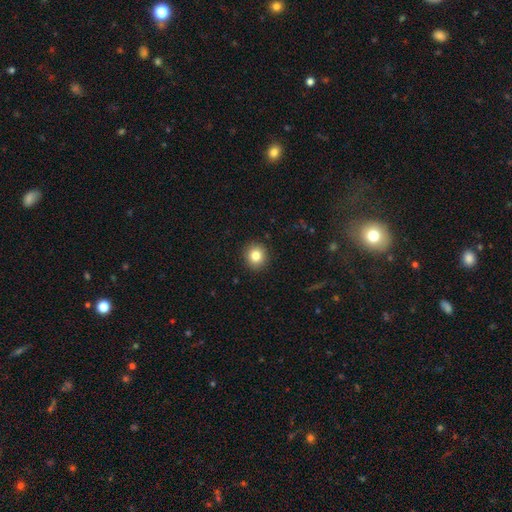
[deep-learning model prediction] smooth-or-featured: smooth: 83% | star or artifact: 10% | featured or disk: 7%
  how-rounded: round: 89% | in between: 10% | cigar-shaped: 1%
  merging: none: 92% | minor disturbance: 6% | major disturbance: 2% | merger: 1%